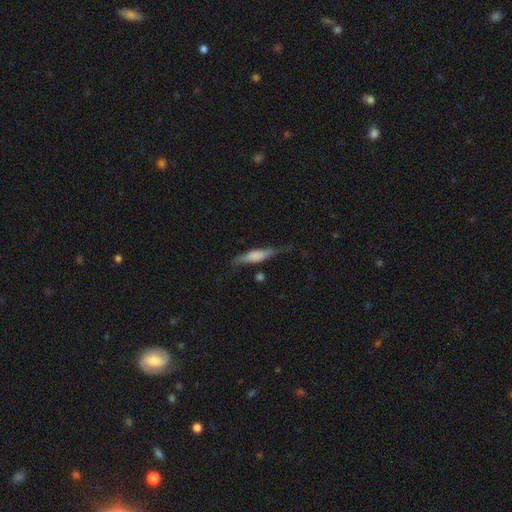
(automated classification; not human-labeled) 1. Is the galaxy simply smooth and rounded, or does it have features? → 51% smooth, 41% featured or disk, 7% star or artifact.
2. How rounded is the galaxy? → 73% cigar-shaped, 24% in between, 3% round.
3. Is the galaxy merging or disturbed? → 64% none, 24% minor disturbance, 9% major disturbance, 3% merger.